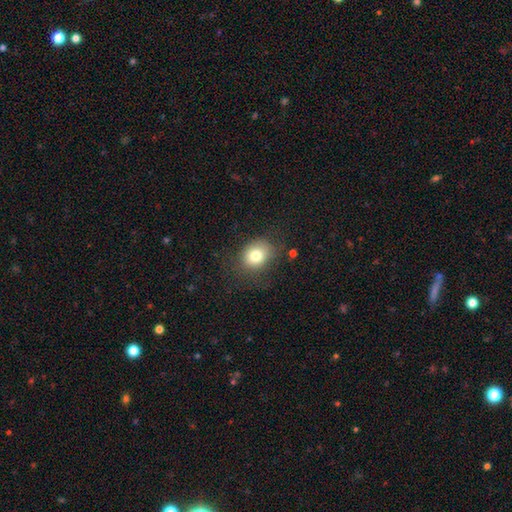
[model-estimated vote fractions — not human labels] Overall: smooth (78%). How rounded: round (57%; in between 42%). Merging: none (75%).